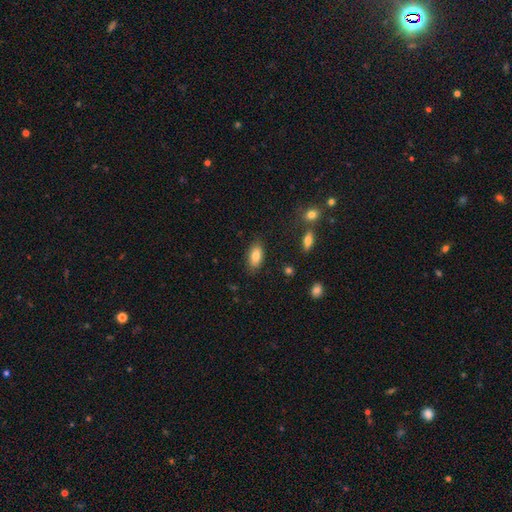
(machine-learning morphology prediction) The model was most divided on "merging": none: 83%, minor disturbance: 12%, major disturbance: 3%, merger: 2%. More confident: how rounded — in between (89%); smooth or featured — smooth (82%).